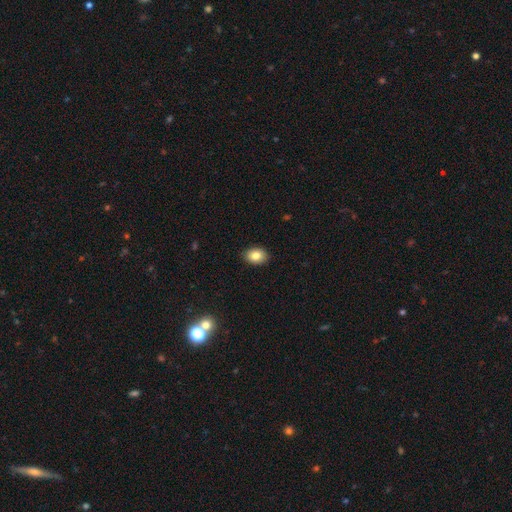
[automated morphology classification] Q: Smooth or featured?
A: smooth (83%); runner-up: star or artifact (9%)
Q: How rounded?
A: in between (75%); runner-up: round (24%)
Q: Merging?
A: none (89%); runner-up: minor disturbance (8%)